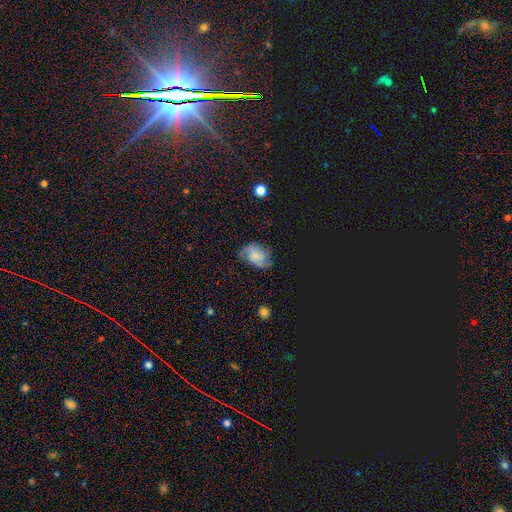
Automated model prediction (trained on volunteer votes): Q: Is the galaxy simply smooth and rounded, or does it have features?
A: smooth — 44%.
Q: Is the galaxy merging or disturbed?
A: none — 56%.